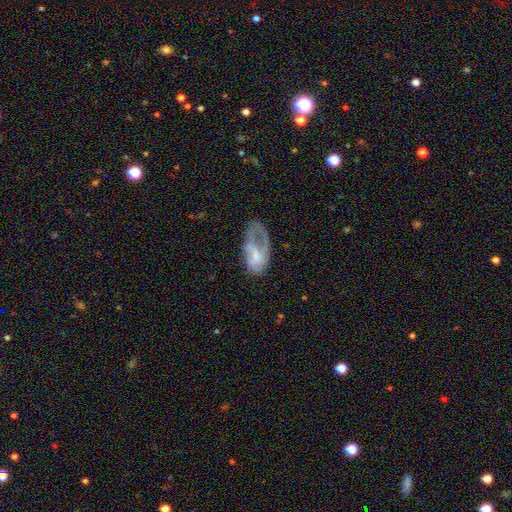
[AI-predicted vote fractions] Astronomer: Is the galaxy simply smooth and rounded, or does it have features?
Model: featured or disk — 47% (runner-up: smooth, 45%).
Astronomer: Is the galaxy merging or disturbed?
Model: major disturbance — 43% (runner-up: none, 28%).